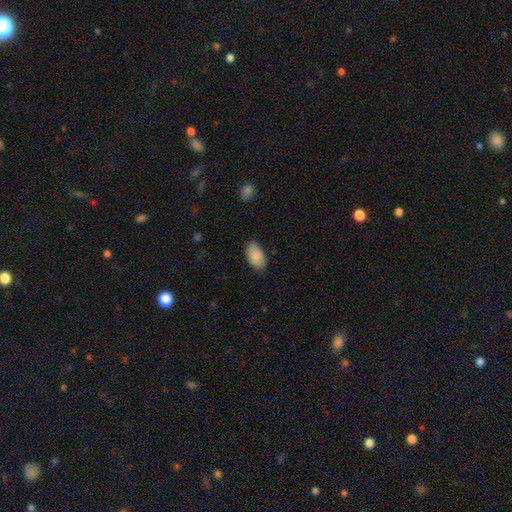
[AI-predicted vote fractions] smooth 88%, star or artifact 6%, featured or disk 5%. Down the decision tree: how rounded — in between (95%); merging — none (74%).